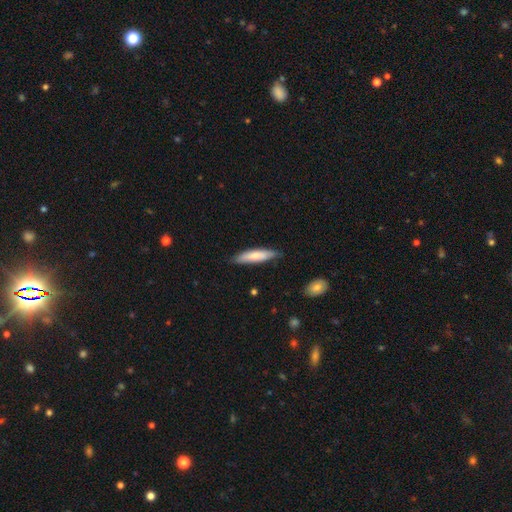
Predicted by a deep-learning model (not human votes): Morphology: type=smooth (73%); roundness=cigar-shaped (77%); merging=none (82%).